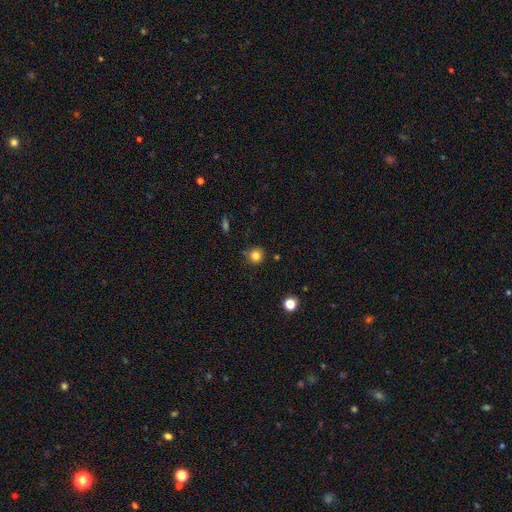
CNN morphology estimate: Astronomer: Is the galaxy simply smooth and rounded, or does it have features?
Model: smooth — 82%.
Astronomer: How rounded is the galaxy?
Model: round — 92%.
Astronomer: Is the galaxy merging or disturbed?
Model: none — 83%.